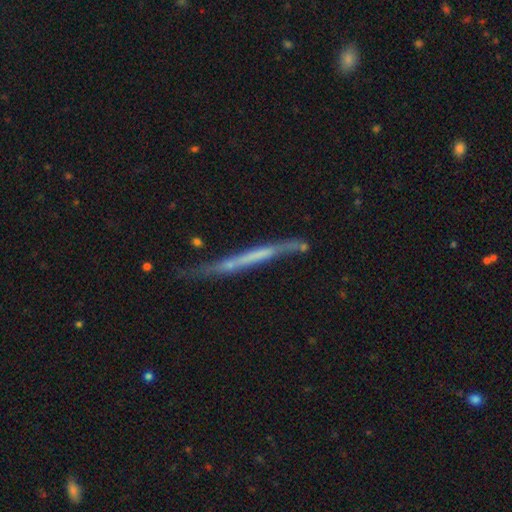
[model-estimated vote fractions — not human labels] smooth_or_featured: featured or disk (p=0.59) [alt: smooth p=0.34]
disk_edge_on: yes (p=0.92) [alt: no p=0.08]
edge_on_bulge: none (p=0.78) [alt: rounded p=0.11]
merging: none (p=0.62) [alt: minor disturbance p=0.24]